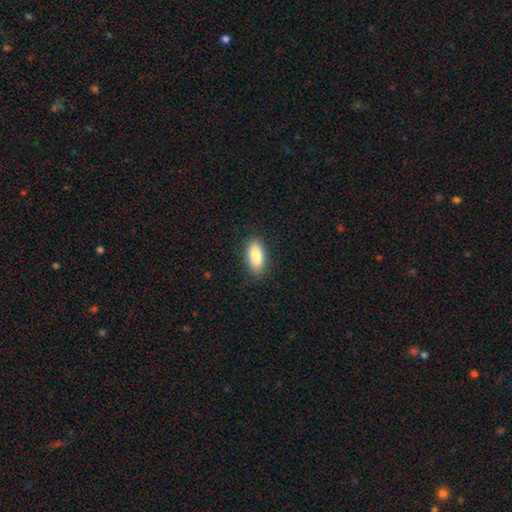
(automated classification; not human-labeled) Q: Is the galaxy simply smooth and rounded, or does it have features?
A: smooth — 84%.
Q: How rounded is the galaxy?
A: in between — 85%.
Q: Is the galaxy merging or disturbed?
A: none — 88%.